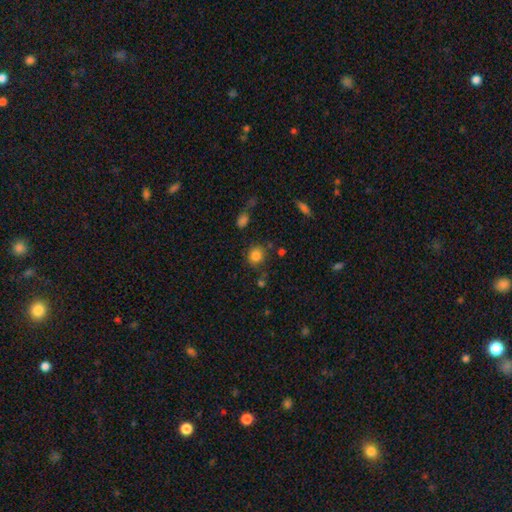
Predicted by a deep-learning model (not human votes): Smooth or featured? smooth (83%)
How rounded? round (84%)
Merging? none (77%)